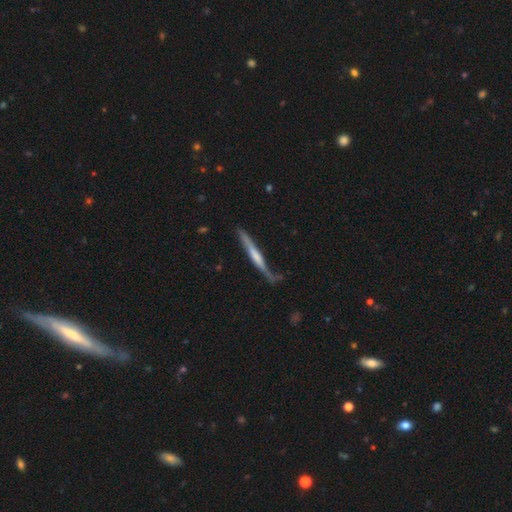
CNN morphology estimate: Q: Smooth or featured?
A: featured or disk (53%); runner-up: smooth (42%)
Q: Edge-on disk?
A: yes (87%); runner-up: no (13%)
Q: Merging?
A: none (53%); runner-up: minor disturbance (28%)